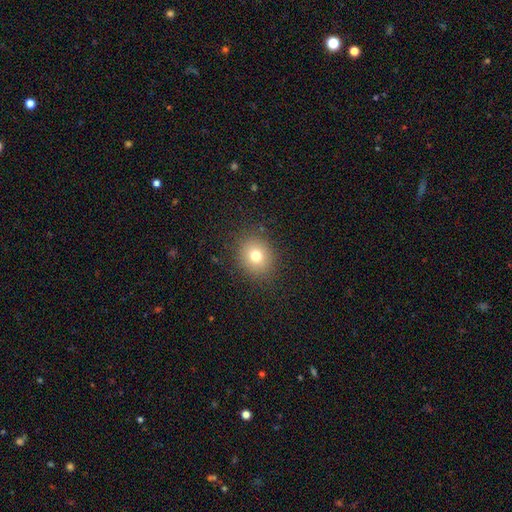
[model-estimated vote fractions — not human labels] smooth_or_featured: smooth (p=0.75) [alt: star or artifact p=0.14]
how_rounded: round (p=0.78) [alt: in between p=0.21]
merging: none (p=0.87) [alt: minor disturbance p=0.08]